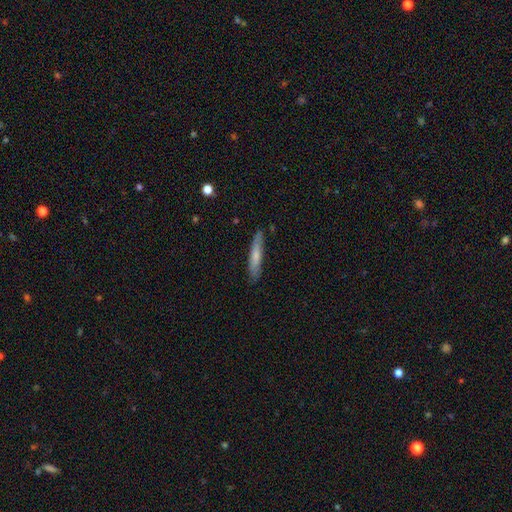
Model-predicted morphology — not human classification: Smooth or featured?
  - smooth: 66% *
  - featured or disk: 28%
  - star or artifact: 6%
How rounded?
  - cigar-shaped: 87% *
  - in between: 11%
  - round: 1%
Merging?
  - none: 81% *
  - minor disturbance: 15%
  - major disturbance: 3%
  - merger: 2%